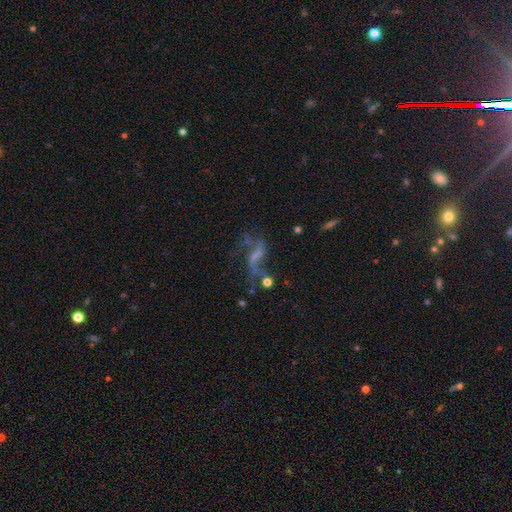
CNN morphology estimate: This is likely a featured or disk galaxy (62%). It is clearly not viewed edge-on (91%). Bar: marginally no (43%). Spiral arm pattern: likely yes (66%). Central bulge: possibly none (59%). Merging: marginally none (38%).